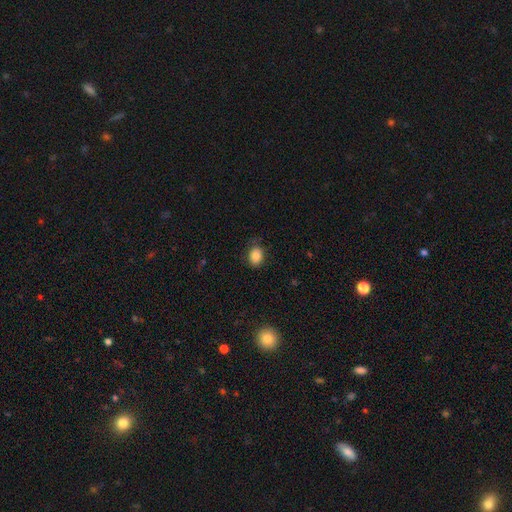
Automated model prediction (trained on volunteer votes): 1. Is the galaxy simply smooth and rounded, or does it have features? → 85% smooth, 9% star or artifact, 5% featured or disk.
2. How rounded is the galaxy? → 59% in between, 40% round, 1% cigar-shaped.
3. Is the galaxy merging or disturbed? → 78% none, 16% minor disturbance, 4% major disturbance, 1% merger.